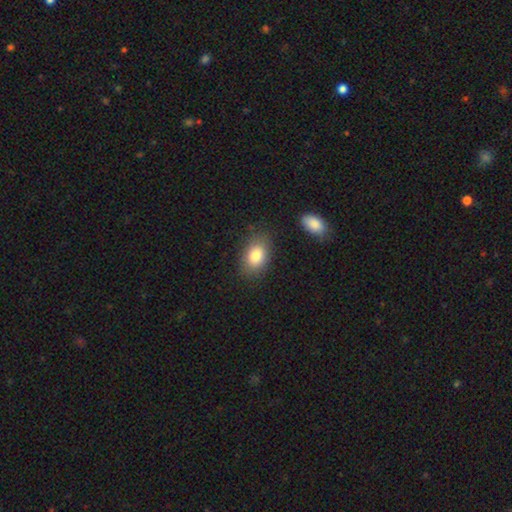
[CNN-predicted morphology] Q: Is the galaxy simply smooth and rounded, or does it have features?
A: smooth — 83%.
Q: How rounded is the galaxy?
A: in between — 86%.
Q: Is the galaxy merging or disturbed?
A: none — 81%.